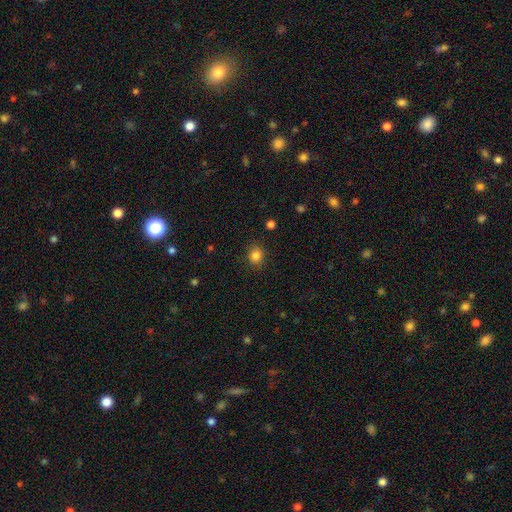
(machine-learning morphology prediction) The model was most divided on "how rounded": round: 75%, in between: 24%, cigar-shaped: 1%. More confident: merging — none (87%); smooth or featured — smooth (84%).